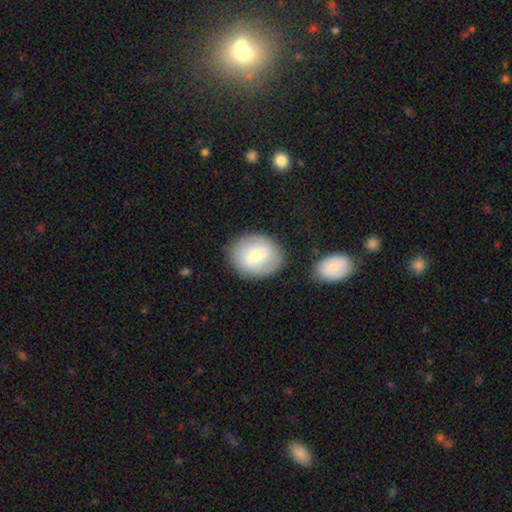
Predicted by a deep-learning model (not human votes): Morphology: type=smooth (54%); roundness=round (64%); merging=none (83%).